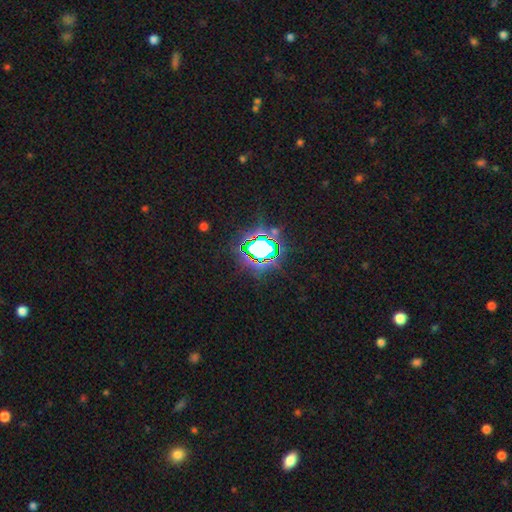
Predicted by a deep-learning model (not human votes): A star or artifact, not a galaxy (73%).

Vote fractions:
- Smooth or featured? star or artifact: 73% / smooth: 16% / featured or disk: 11%